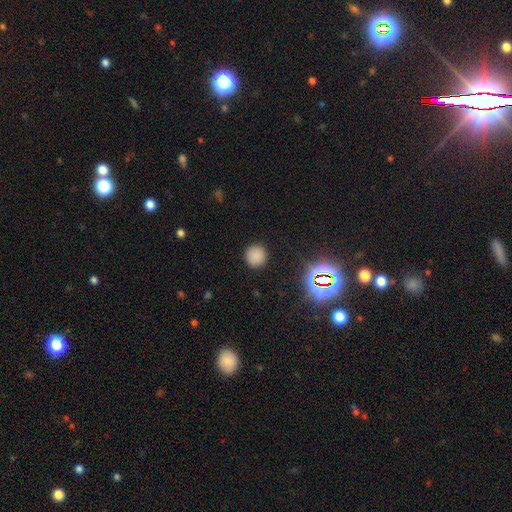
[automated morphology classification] Smooth or featured? smooth (81%)
How rounded? round (95%)
Merging? none (91%)